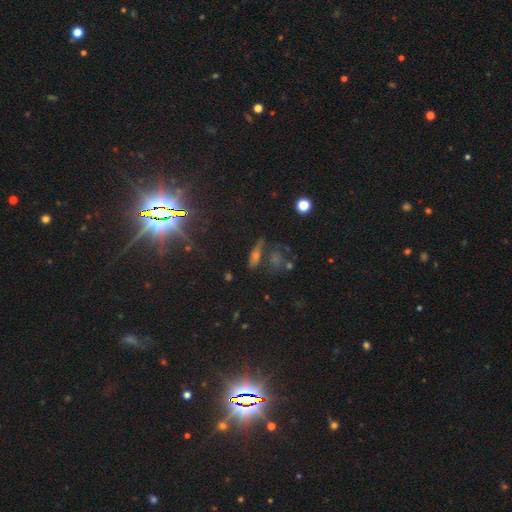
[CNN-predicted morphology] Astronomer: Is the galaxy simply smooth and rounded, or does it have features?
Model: star or artifact — 35% (runner-up: smooth, 33%).